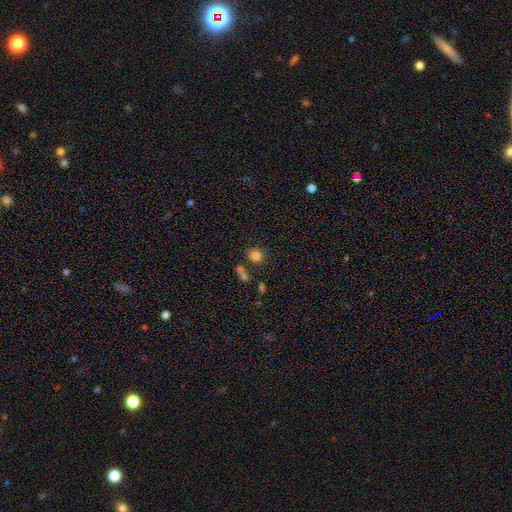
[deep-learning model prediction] This is clearly a smooth galaxy (81%). How rounded: likely round (78%). Merging: likely none (70%).